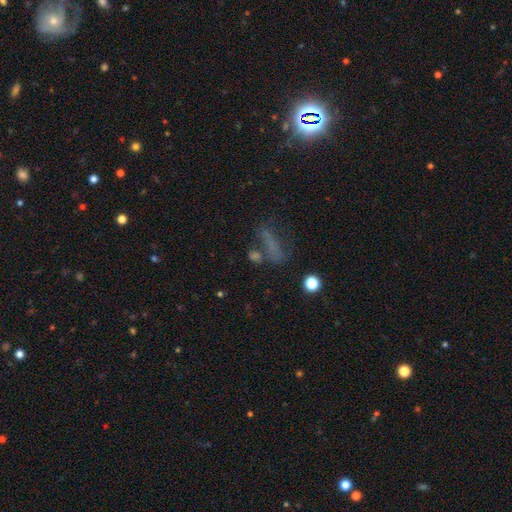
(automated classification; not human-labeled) Smooth or featured?
  - smooth: 54% *
  - star or artifact: 26%
  - featured or disk: 21%
How rounded?
  - in between: 46% *
  - cigar-shaped: 34%
  - round: 20%
Merging?
  - none: 45% *
  - major disturbance: 20%
  - merger: 19%
  - minor disturbance: 17%